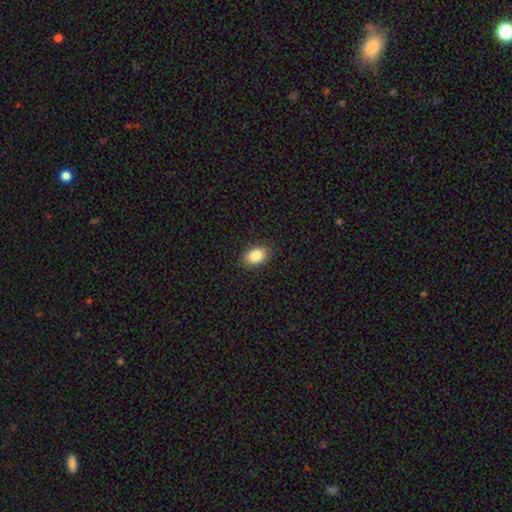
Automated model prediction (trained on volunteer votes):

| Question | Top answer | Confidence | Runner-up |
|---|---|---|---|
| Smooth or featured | smooth | 85% | star or artifact (8%) |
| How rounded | in between | 86% | round (13%) |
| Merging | none | 88% | minor disturbance (8%) |